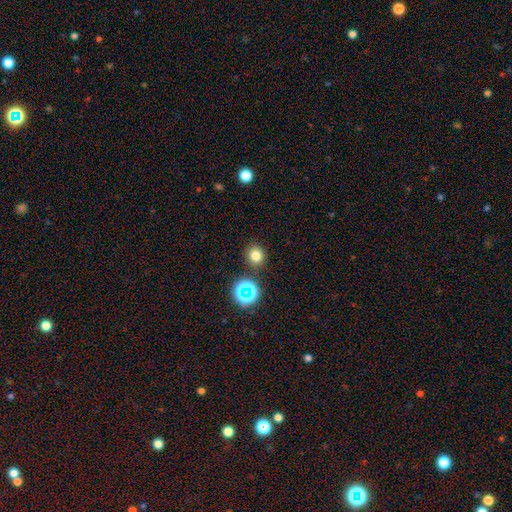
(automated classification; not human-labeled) Q: Smooth or featured?
A: smooth (75%); runner-up: star or artifact (18%)
Q: How rounded?
A: round (82%); runner-up: in between (17%)
Q: Merging?
A: none (86%); runner-up: minor disturbance (7%)